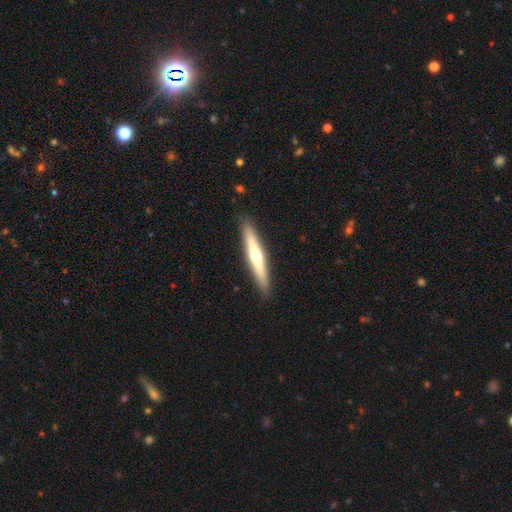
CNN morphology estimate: This is possibly a featured or disk galaxy (52%). It is clearly viewed edge-on (93%). Merging: clearly none (90%).